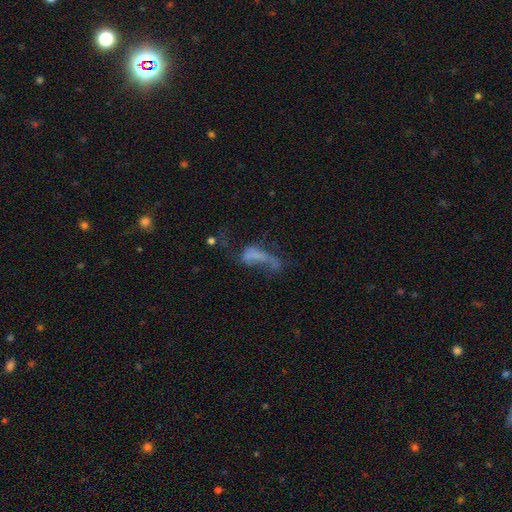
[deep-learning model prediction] Morphology: type=featured or disk (41%); merging=major disturbance (46%).